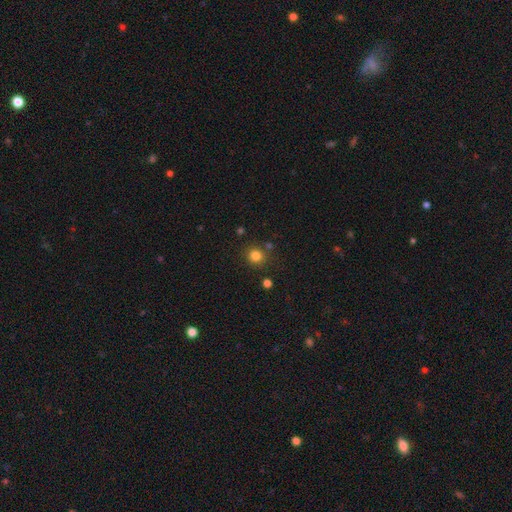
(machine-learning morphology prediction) type=smooth (81%); roundness=round (88%); merging=none (83%).